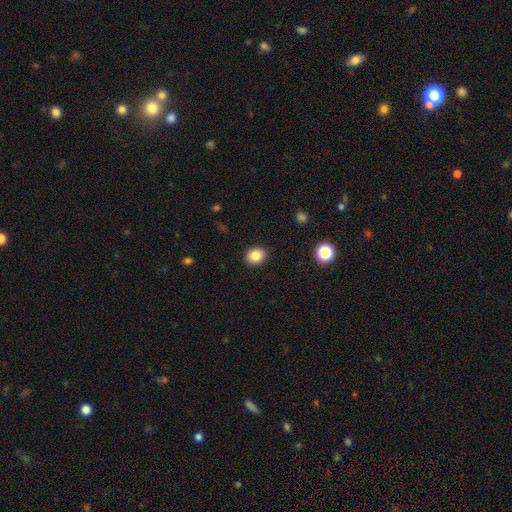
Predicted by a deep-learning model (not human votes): Overall: smooth (85%). How rounded: round (68%; in between 31%). Merging: none (91%).